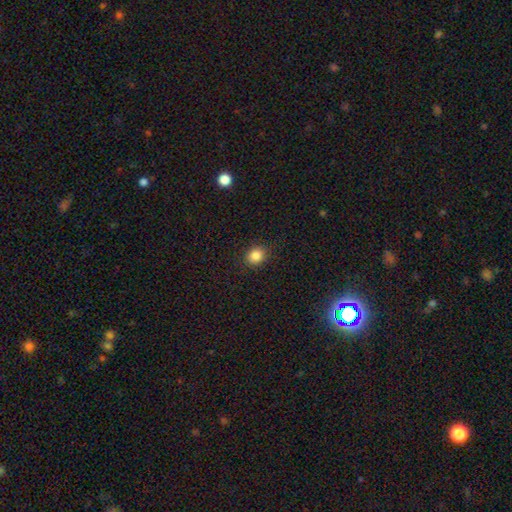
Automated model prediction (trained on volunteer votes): Smooth or featured? smooth (86%)
How rounded? round (70%)
Merging? none (89%)